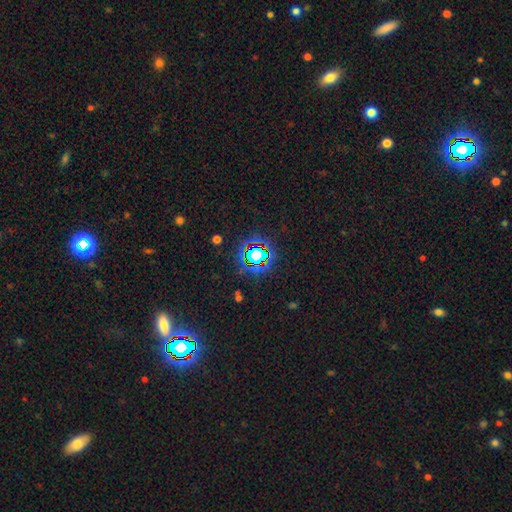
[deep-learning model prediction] Morphology: type=star or artifact (72%).